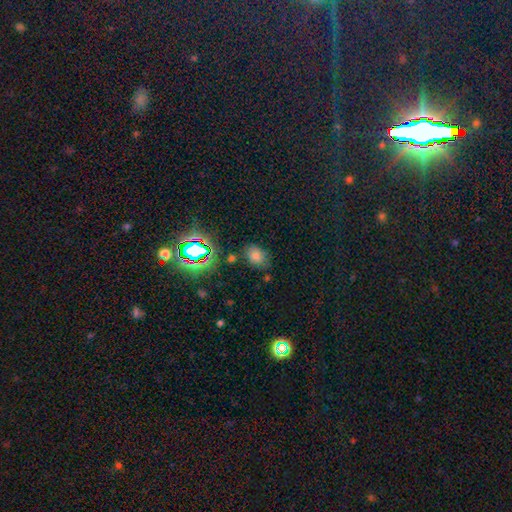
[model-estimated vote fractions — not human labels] smooth 57%, star or artifact 34%, featured or disk 9%. Down the decision tree: how rounded — in between (59%); merging — none (81%).